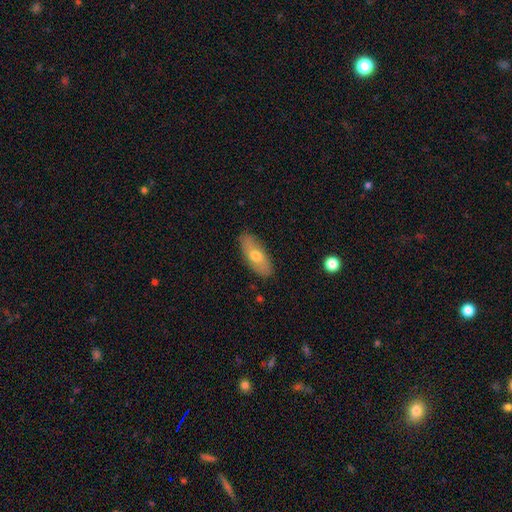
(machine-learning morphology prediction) Q: Smooth or featured?
A: smooth (63%); runner-up: featured or disk (31%)
Q: How rounded?
A: in between (80%); runner-up: cigar-shaped (17%)
Q: Merging?
A: none (85%); runner-up: minor disturbance (11%)